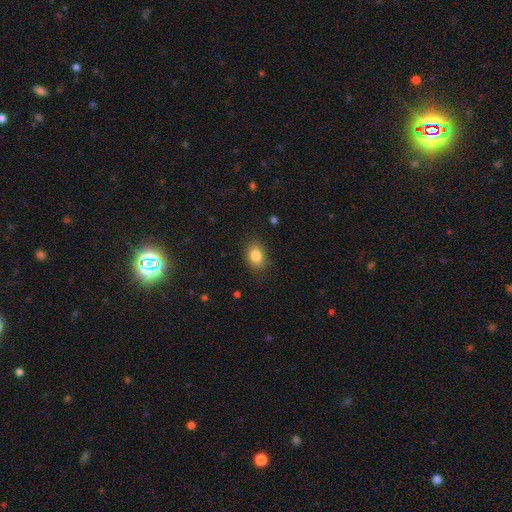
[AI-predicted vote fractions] This is clearly a smooth galaxy (84%). How rounded: likely in between (70%). Merging: clearly none (84%).